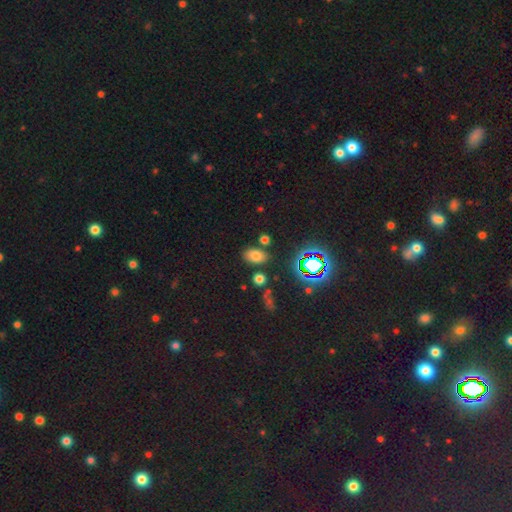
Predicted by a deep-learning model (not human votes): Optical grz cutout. It shows a smooth galaxy with no disk features (70%) that is in between round and cigar-shaped (86%). Merging: none (80%).